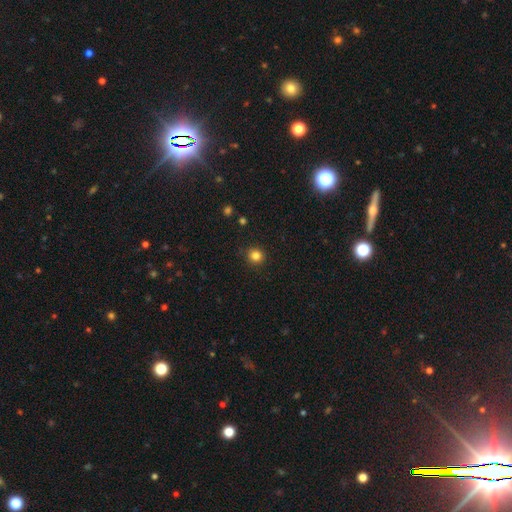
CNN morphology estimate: Smooth or featured?
  - smooth: 83% *
  - star or artifact: 12%
  - featured or disk: 4%
How rounded?
  - round: 93% *
  - in between: 6%
  - cigar-shaped: 1%
Merging?
  - none: 90% *
  - minor disturbance: 6%
  - major disturbance: 2%
  - merger: 1%